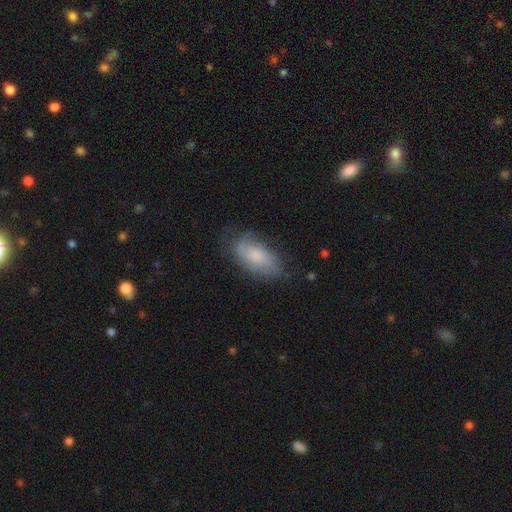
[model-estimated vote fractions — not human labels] A smooth galaxy with no disk features (60%) that is in between round and cigar-shaped (89%). Merging: none (61%).